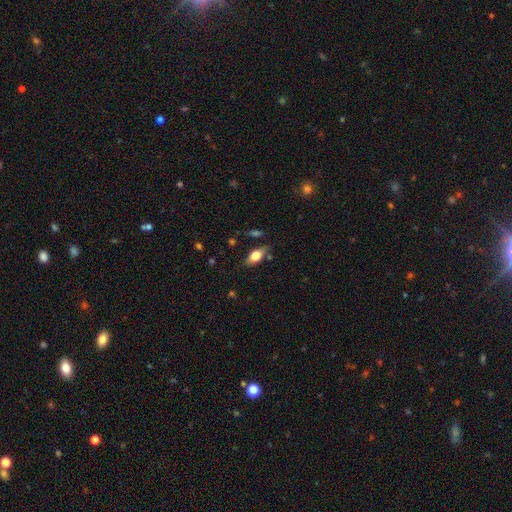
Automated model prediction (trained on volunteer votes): Overall: smooth (65%; featured or disk 27%). How rounded: in between (84%). Merging: none (78%).